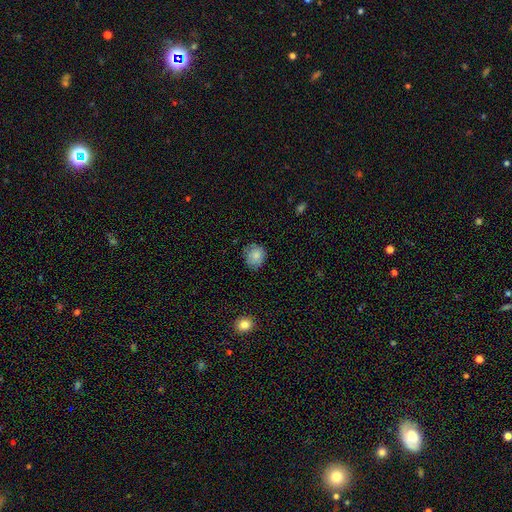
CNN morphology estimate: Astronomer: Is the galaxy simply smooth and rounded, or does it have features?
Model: smooth — 82%.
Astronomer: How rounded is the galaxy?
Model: round — 71%.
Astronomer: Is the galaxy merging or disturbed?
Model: none — 72%.